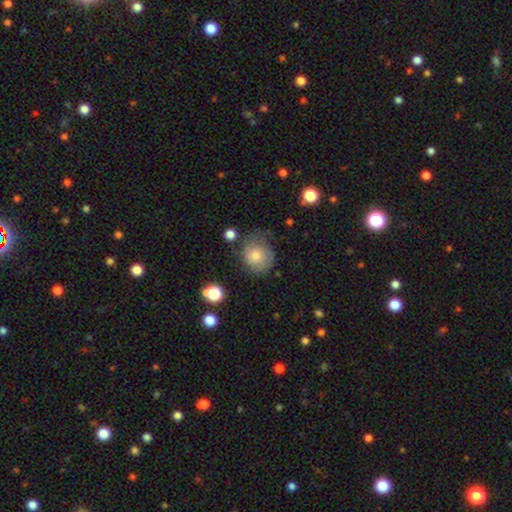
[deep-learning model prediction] A smooth galaxy with no disk features (61%) that is round (80%).

Vote fractions:
- Smooth or featured? smooth: 61% / featured or disk: 29% / star or artifact: 10%
- How rounded? round: 80% / in between: 19% / cigar-shaped: 1%
- Merging? none: 56% / minor disturbance: 28% / major disturbance: 13% / merger: 3%